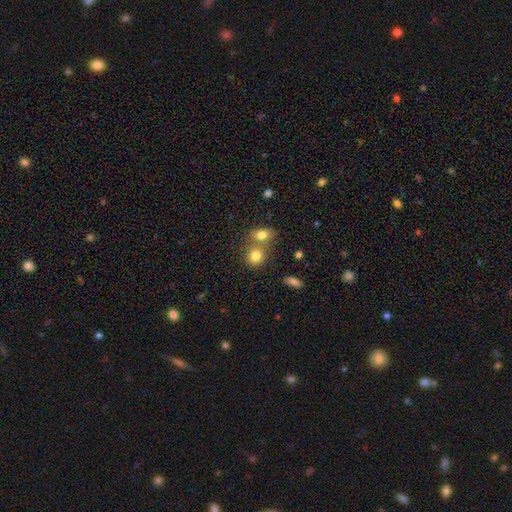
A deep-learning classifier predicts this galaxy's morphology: This is clearly a smooth galaxy (80%). How rounded: likely round (64%). Merging: marginally merger (44%, tied with none).